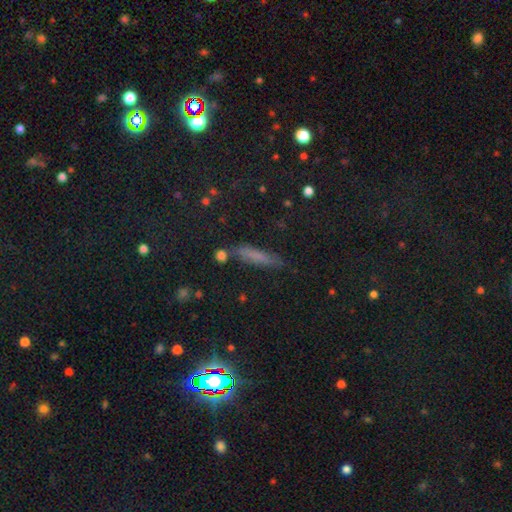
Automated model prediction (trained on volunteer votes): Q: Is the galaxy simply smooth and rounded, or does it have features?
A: smooth — 62%.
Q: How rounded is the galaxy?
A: cigar-shaped — 79%.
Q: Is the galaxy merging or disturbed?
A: none — 76%.